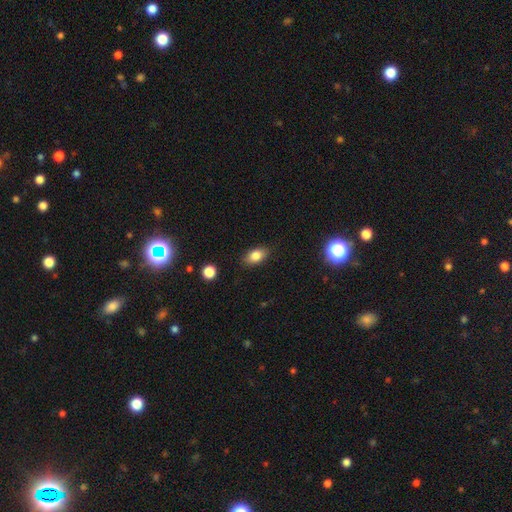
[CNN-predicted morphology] This is clearly a smooth galaxy (82%). How rounded: clearly in between (87%). Merging: clearly none (86%).